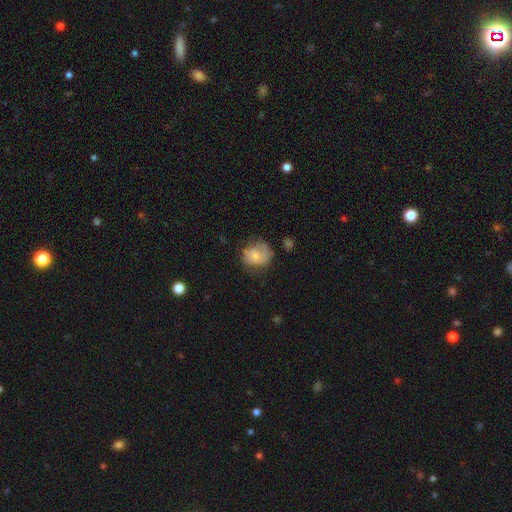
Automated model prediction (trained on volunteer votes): Q: Smooth or featured?
A: smooth (68%); runner-up: featured or disk (24%)
Q: How rounded?
A: round (63%); runner-up: in between (36%)
Q: Merging?
A: none (48%); runner-up: minor disturbance (31%)